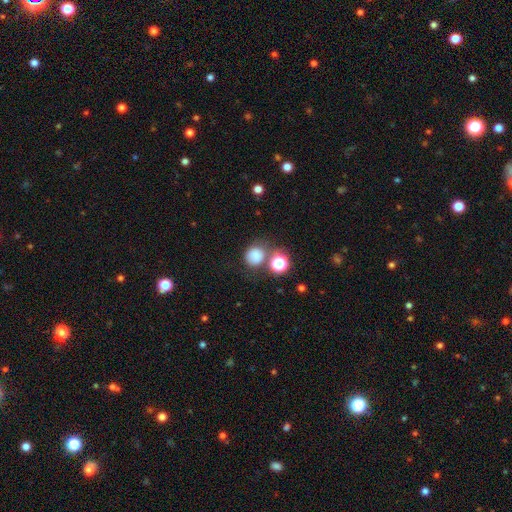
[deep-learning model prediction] smooth_or_featured: smooth (p=0.78) [alt: star or artifact p=0.16]
how_rounded: round (p=0.79) [alt: in between p=0.20]
merging: none (p=0.64) [alt: merger p=0.16]